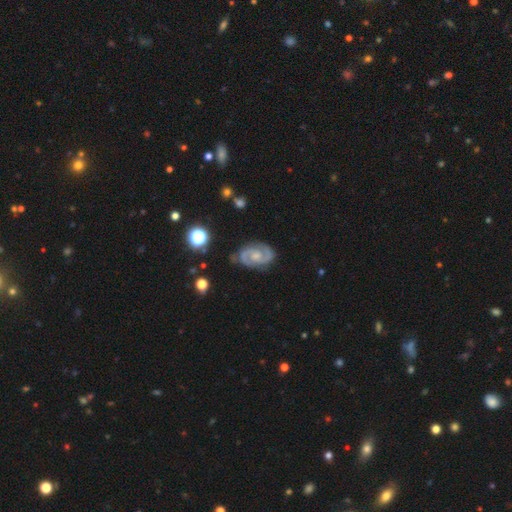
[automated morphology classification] featured or disk 90%, smooth 5%, star or artifact 5%. Down the decision tree: edge-on disk — no (98%); bar — no (57%); spiral arms — yes (98%); spiral arm count — 2 (92%); spiral winding — medium (48%); bulge size — small (45%); merging — none (81%).